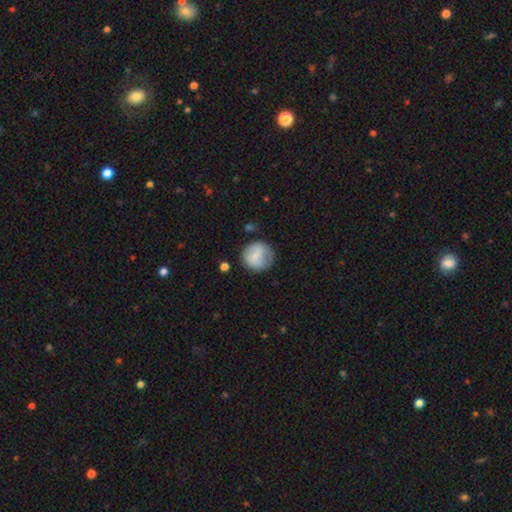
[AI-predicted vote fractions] Overall: smooth (78%). How rounded: round (87%). Merging: none (67%).